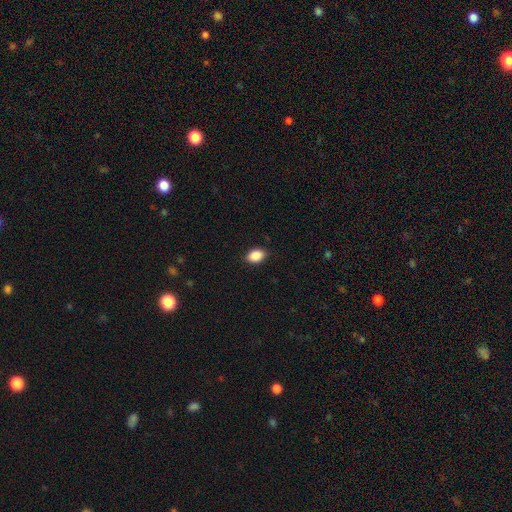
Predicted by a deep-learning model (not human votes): The model was most divided on "how rounded": in between: 81%, round: 17%, cigar-shaped: 1%. More confident: smooth or featured — smooth (89%); merging — none (88%).